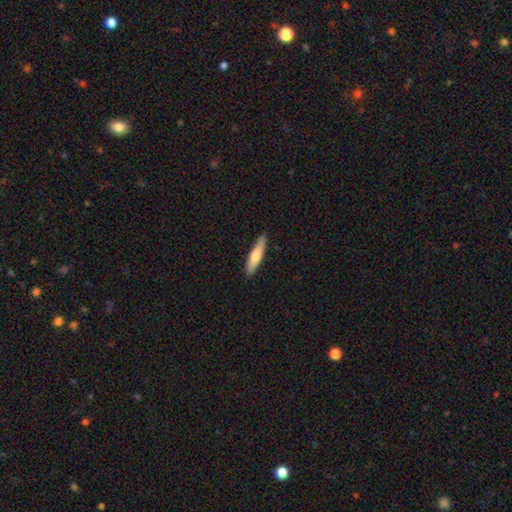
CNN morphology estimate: smooth_or_featured: smooth (p=0.64) [alt: featured or disk p=0.30]
how_rounded: cigar-shaped (p=0.83) [alt: in between p=0.15]
merging: none (p=0.90) [alt: minor disturbance p=0.08]